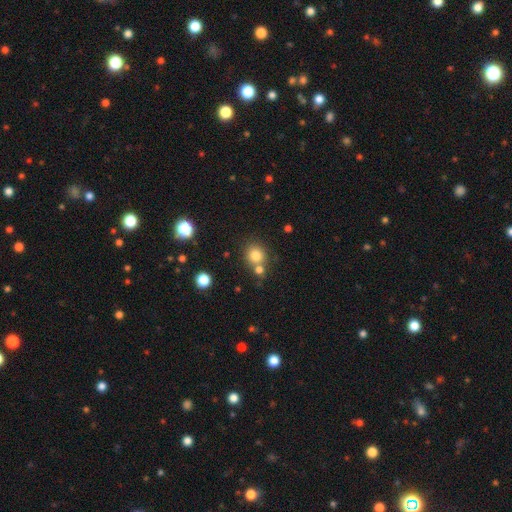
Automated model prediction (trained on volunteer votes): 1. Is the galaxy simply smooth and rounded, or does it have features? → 80% smooth, 13% star or artifact, 8% featured or disk.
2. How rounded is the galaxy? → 86% round, 13% in between, 1% cigar-shaped.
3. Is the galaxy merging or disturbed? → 62% none, 26% merger, 8% minor disturbance, 3% major disturbance.